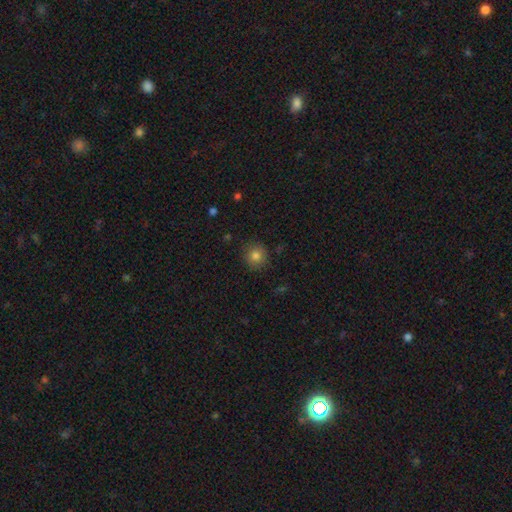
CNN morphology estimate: smooth 81%, star or artifact 12%, featured or disk 7%. Down the decision tree: how rounded — round (91%); merging — none (87%).